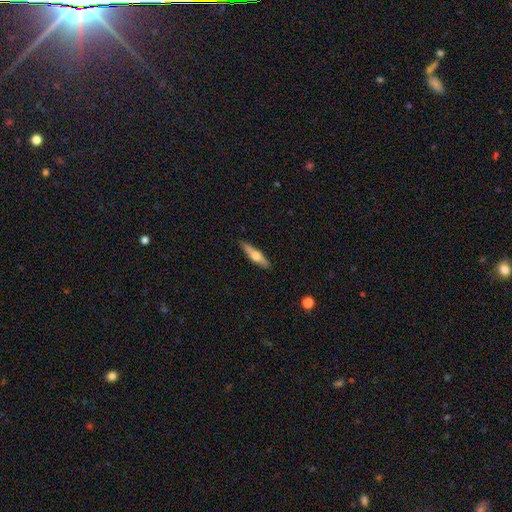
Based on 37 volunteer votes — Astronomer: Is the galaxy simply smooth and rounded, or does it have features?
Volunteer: smooth — 59% (runner-up: featured or disk, 38%).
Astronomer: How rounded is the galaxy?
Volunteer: cigar-shaped — 68%.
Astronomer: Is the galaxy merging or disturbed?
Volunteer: none — 83%.